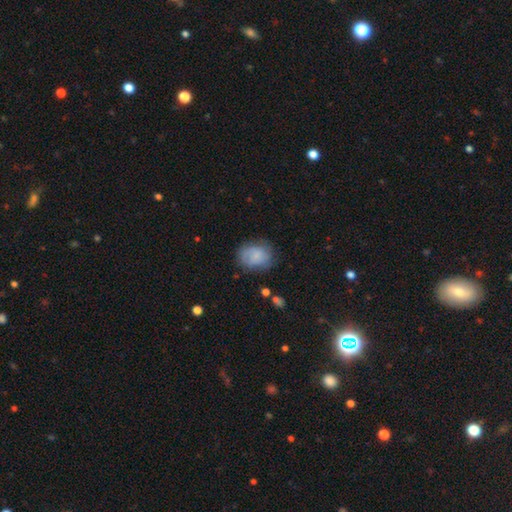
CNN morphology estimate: Smooth or featured? smooth (74%)
How rounded? in between (52%)
Merging? none (67%)